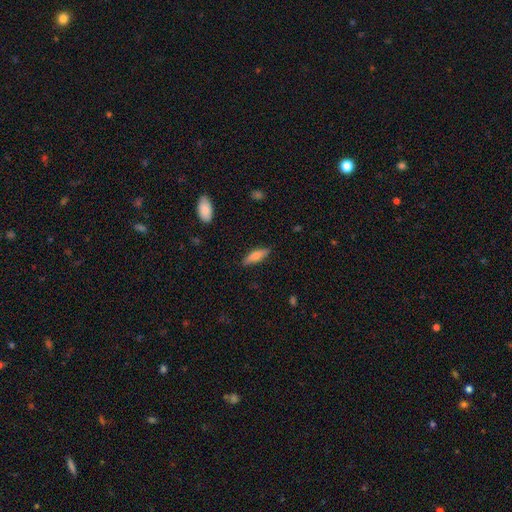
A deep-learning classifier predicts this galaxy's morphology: Q: Smooth or featured?
A: smooth (62%); runner-up: featured or disk (32%)
Q: How rounded?
A: cigar-shaped (58%); runner-up: in between (40%)
Q: Merging?
A: none (86%); runner-up: minor disturbance (11%)